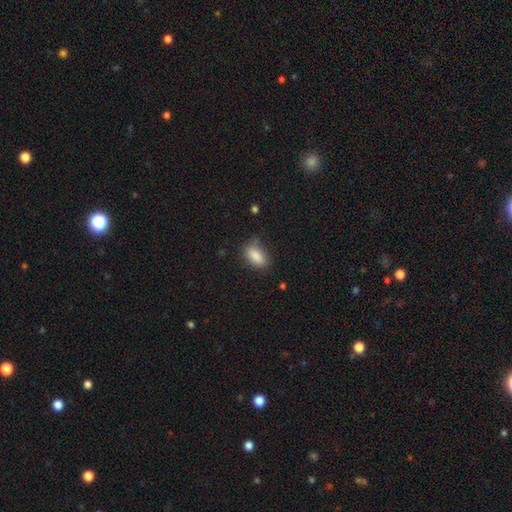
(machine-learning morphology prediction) Overall: smooth (87%). How rounded: in between (90%). Merging: none (74%).